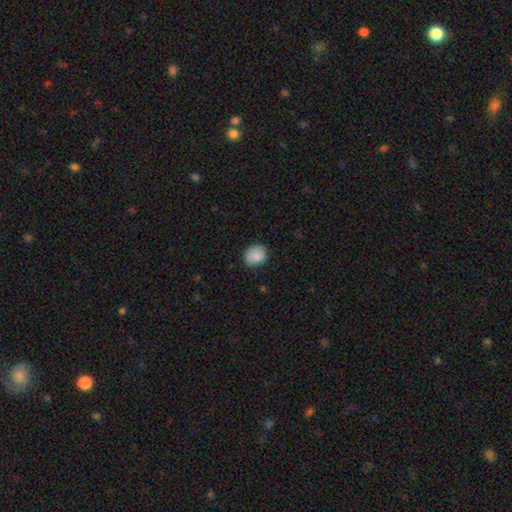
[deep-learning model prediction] smooth-or-featured: smooth: 88% | star or artifact: 8% | featured or disk: 5%
  how-rounded: round: 72% | in between: 27% | cigar-shaped: 1%
  merging: none: 82% | minor disturbance: 14% | major disturbance: 3% | merger: 1%